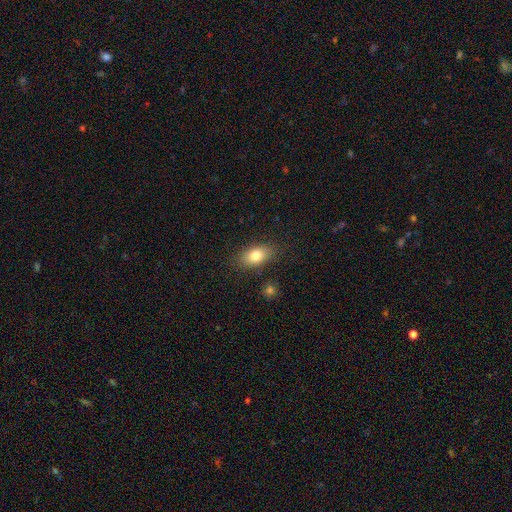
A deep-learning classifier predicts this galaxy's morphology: A smooth galaxy with no disk features (80%) that is in between round and cigar-shaped (86%).

Vote fractions:
- Smooth or featured? smooth: 80% / featured or disk: 12% / star or artifact: 8%
- How rounded? in between: 86% / round: 9% / cigar-shaped: 4%
- Merging? none: 82% / minor disturbance: 12% / major disturbance: 3% / merger: 3%